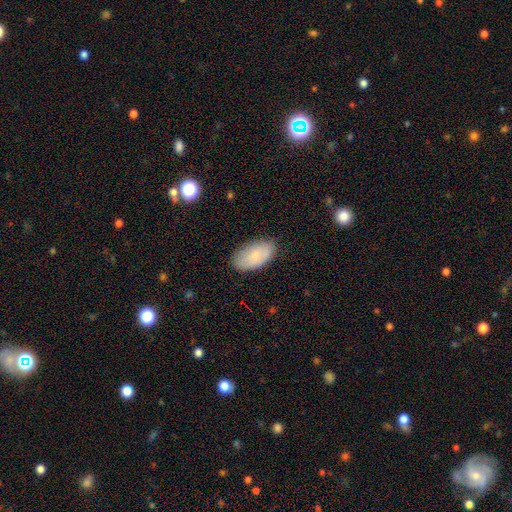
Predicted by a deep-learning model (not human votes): Smooth or featured?
  - smooth: 82% *
  - featured or disk: 11%
  - star or artifact: 7%
How rounded?
  - in between: 95% *
  - round: 3%
  - cigar-shaped: 2%
Merging?
  - none: 83% *
  - minor disturbance: 13%
  - major disturbance: 3%
  - merger: 1%